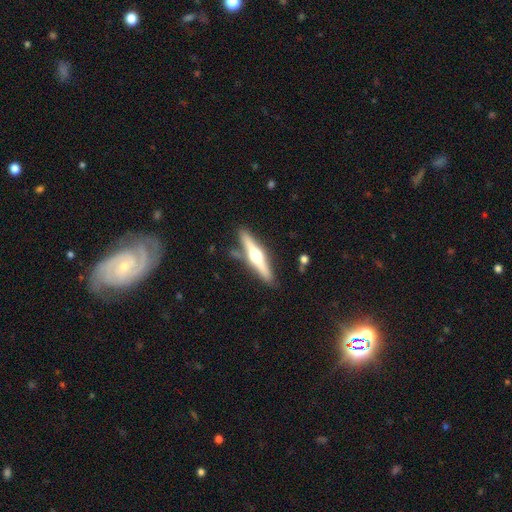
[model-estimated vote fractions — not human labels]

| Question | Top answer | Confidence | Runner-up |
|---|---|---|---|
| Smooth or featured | featured or disk | 71% | smooth (24%) |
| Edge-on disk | yes | 97% | no (3%) |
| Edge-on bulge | rounded | 95% | boxy (3%) |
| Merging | none | 84% | minor disturbance (10%) |